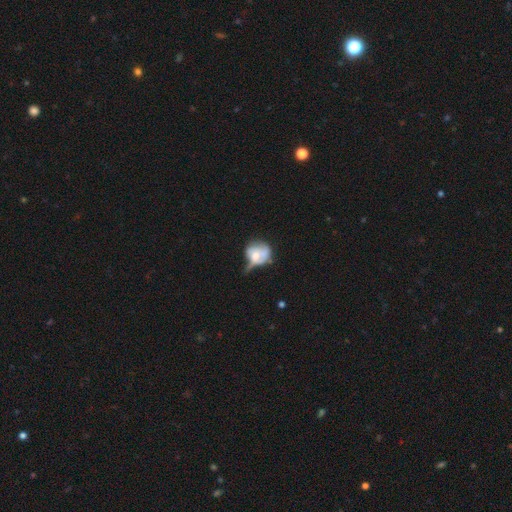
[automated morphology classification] smooth_or_featured: smooth (p=0.54) [alt: featured or disk p=0.37]
how_rounded: round (p=0.61) [alt: in between p=0.38]
merging: major disturbance (p=0.34) [alt: minor disturbance p=0.28]